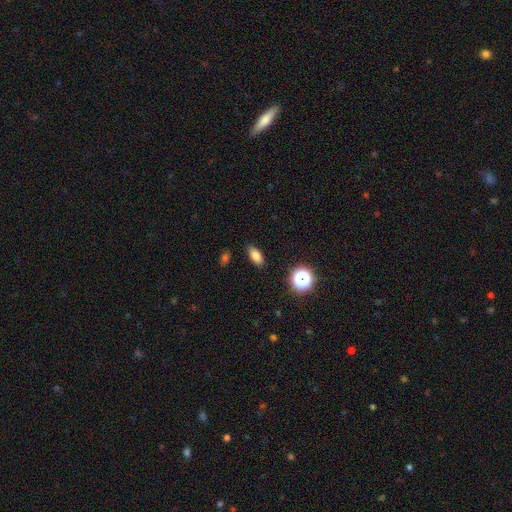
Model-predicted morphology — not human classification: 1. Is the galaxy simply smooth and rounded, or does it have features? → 80% smooth, 12% star or artifact, 8% featured or disk.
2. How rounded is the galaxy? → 83% in between, 10% cigar-shaped, 7% round.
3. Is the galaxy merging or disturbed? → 86% none, 10% minor disturbance, 2% major disturbance, 1% merger.